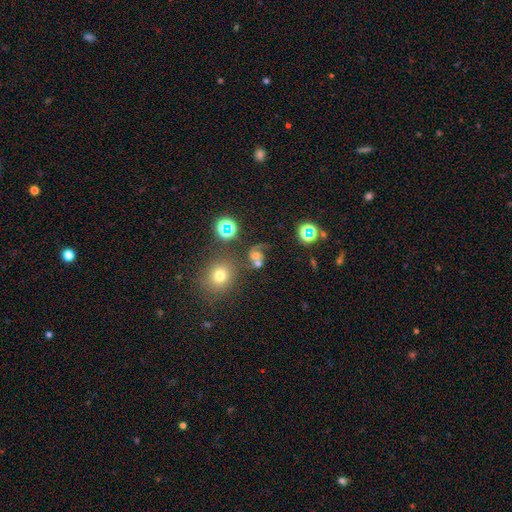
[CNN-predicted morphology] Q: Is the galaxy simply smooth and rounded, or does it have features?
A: featured or disk — 46%.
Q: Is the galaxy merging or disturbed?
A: none — 37%.